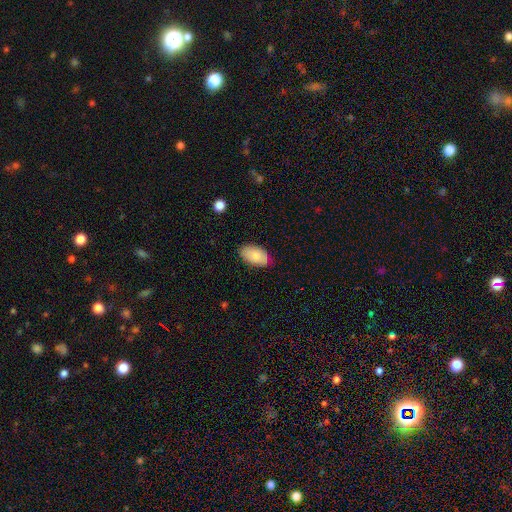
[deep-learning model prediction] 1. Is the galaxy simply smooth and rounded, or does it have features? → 84% smooth, 9% featured or disk, 6% star or artifact.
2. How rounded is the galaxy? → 95% in between, 4% round, 2% cigar-shaped.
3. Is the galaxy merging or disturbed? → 81% none, 15% minor disturbance, 3% major disturbance, 1% merger.